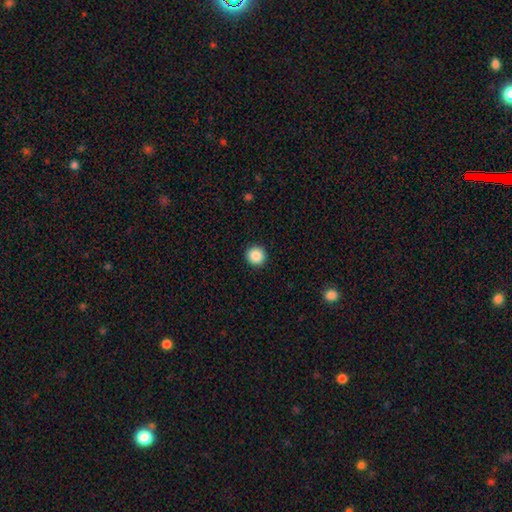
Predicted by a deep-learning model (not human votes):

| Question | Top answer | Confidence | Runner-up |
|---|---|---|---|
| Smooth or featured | smooth | 88% | star or artifact (9%) |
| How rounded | round | 96% | in between (3%) |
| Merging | none | 93% | minor disturbance (4%) |